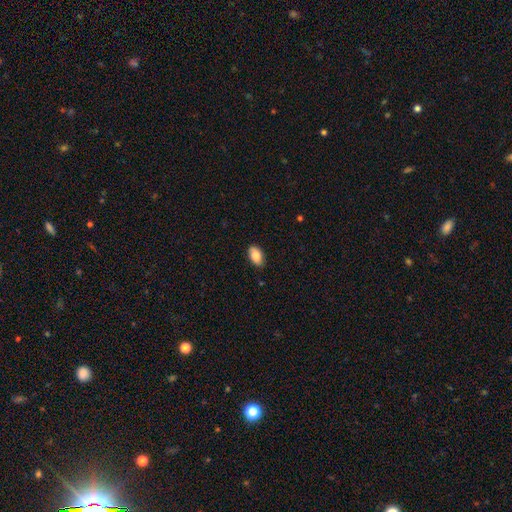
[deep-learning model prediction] A smooth galaxy with no disk features (85%) that is in between round and cigar-shaped (93%).

Vote fractions:
- Smooth or featured? smooth: 85% / featured or disk: 8% / star or artifact: 7%
- How rounded? in between: 93% / round: 5% / cigar-shaped: 2%
- Merging? none: 83% / minor disturbance: 14% / major disturbance: 2% / merger: 1%